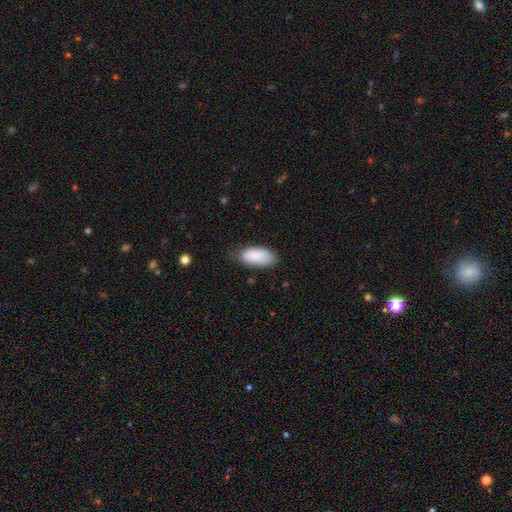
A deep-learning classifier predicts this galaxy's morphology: A smooth galaxy with no disk features (88%) that is in between round and cigar-shaped (92%). Merging: none (66%).